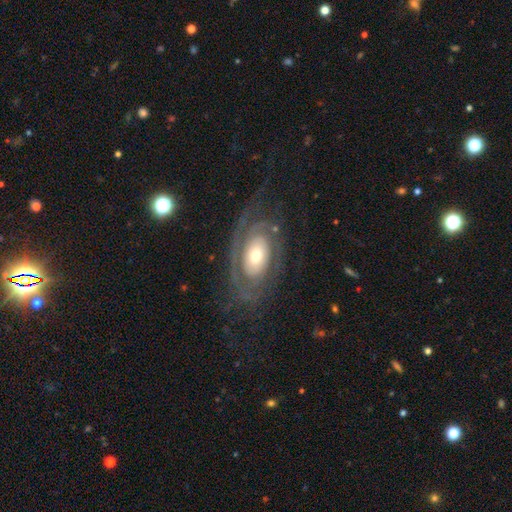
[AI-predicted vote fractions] featured or disk 85%, smooth 10%, star or artifact 5%. Down the decision tree: edge-on disk — no (95%); bar — no (72%); spiral arms — yes (92%); spiral arm count — 2 (52%); spiral winding — tight (64%); bulge size — moderate (56%); merging — none (70%).